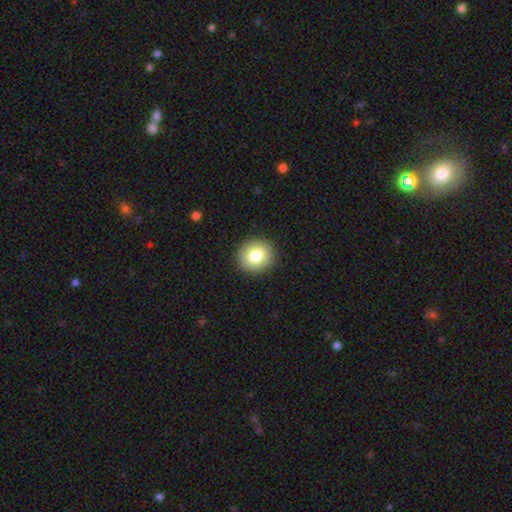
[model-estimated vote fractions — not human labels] The model was most divided on "smooth or featured": smooth: 80%, featured or disk: 10%, star or artifact: 9%. More confident: merging — none (92%); how rounded — round (85%).